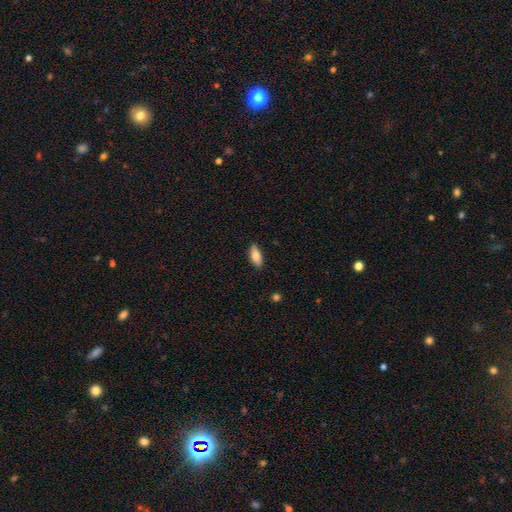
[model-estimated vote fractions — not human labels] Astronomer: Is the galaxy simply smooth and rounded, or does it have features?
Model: smooth — 82%.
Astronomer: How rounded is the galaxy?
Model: in between — 85%.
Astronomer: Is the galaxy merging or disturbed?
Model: none — 87%.